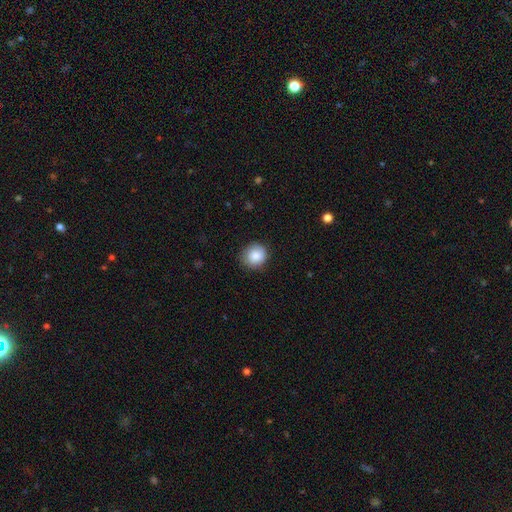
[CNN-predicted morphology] smooth_or_featured: smooth (p=0.86) [alt: star or artifact p=0.08]
how_rounded: round (p=0.88) [alt: in between p=0.11]
merging: none (p=0.81) [alt: minor disturbance p=0.15]